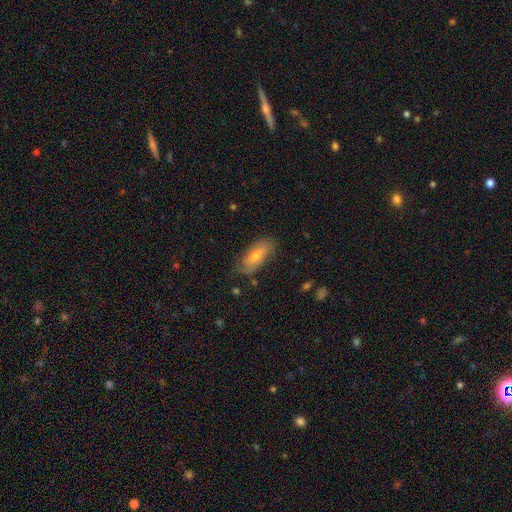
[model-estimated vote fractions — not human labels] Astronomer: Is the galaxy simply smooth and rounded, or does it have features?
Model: smooth — 55% (runner-up: featured or disk, 37%).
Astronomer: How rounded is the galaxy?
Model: in between — 76%.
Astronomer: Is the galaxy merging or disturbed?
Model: none — 76%.